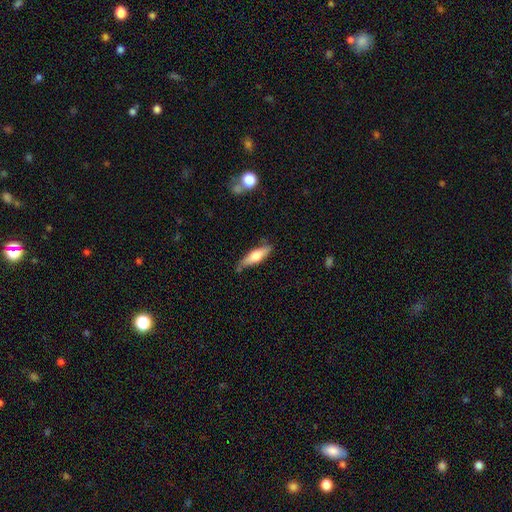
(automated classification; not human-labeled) Morphology: type=smooth (56%); roundness=cigar-shaped (64%); merging=none (73%).